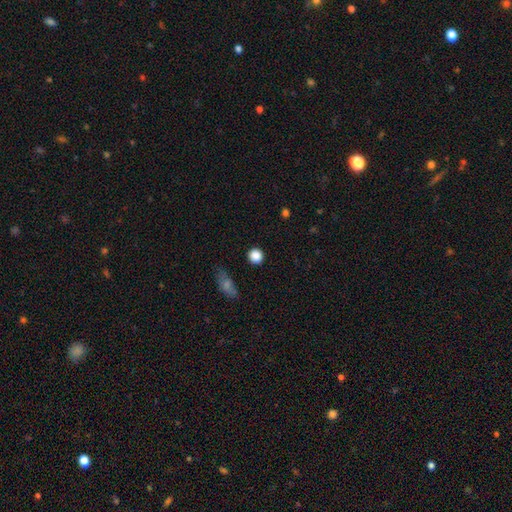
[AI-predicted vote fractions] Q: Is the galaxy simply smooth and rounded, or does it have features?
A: smooth — 86%.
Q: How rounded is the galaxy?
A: round — 93%.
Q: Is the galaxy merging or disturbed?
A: none — 89%.